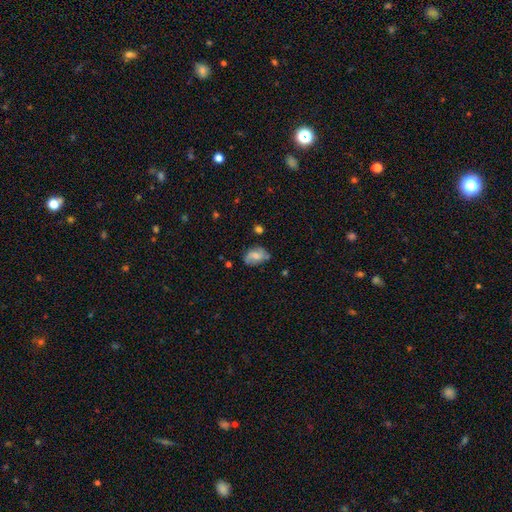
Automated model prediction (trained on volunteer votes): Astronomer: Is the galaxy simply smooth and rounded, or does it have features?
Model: smooth — 46% (runner-up: featured or disk, 45%).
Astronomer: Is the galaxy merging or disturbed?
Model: none — 58%.